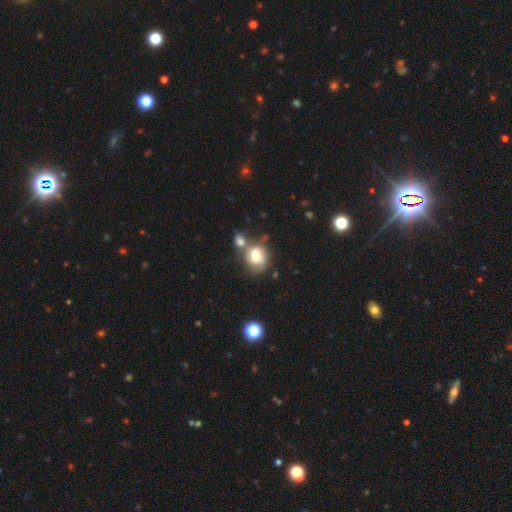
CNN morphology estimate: Overall: smooth (57%; featured or disk 33%). How rounded: round (54%; in between 45%). Merging: merger (42%; none 32%).